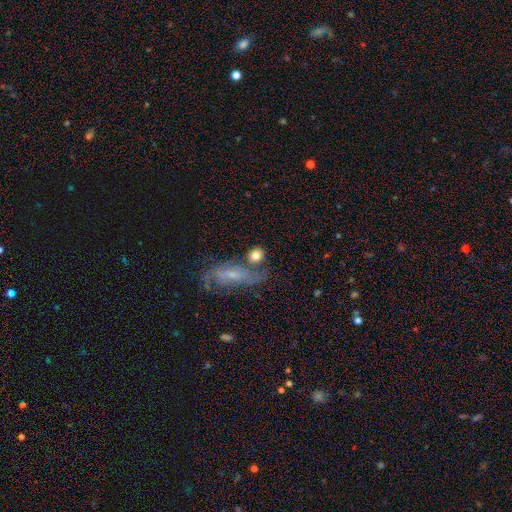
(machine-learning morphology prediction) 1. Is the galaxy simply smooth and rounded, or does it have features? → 76% smooth, 16% featured or disk, 8% star or artifact.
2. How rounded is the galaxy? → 70% round, 26% in between, 4% cigar-shaped.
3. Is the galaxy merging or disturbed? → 56% none, 23% merger, 14% minor disturbance, 7% major disturbance.